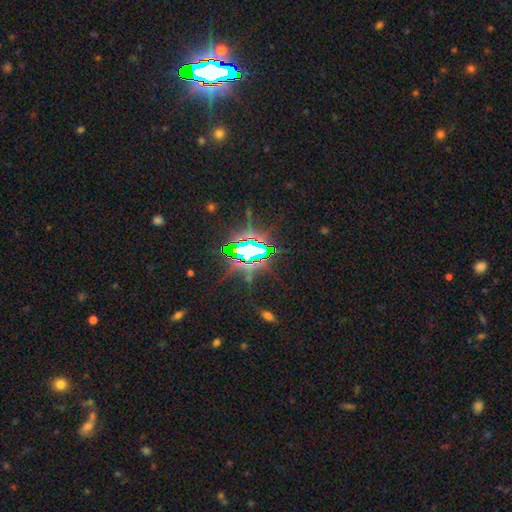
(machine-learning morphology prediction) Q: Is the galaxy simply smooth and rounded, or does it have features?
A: star or artifact — 79%.